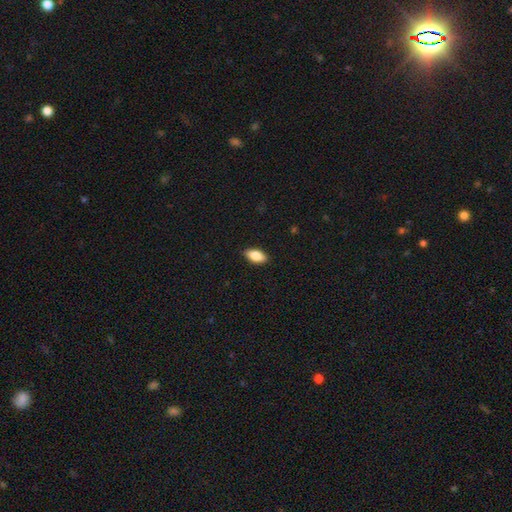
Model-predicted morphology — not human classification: The model was most divided on "smooth or featured": smooth: 85%, featured or disk: 8%, star or artifact: 7%. More confident: how rounded — in between (91%); merging — none (89%).